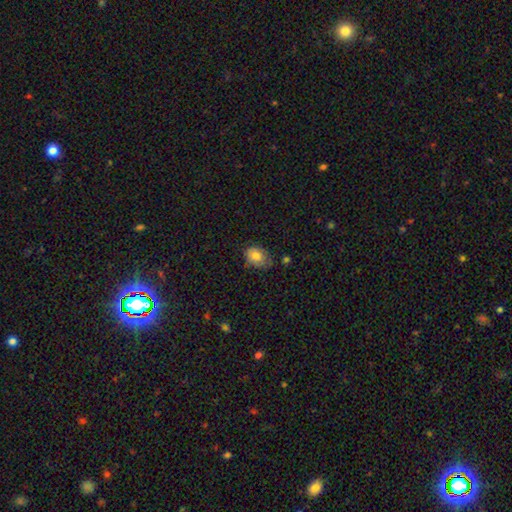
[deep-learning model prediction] A smooth galaxy with no disk features (78%) that is in between round and cigar-shaped (71%).

Vote fractions:
- Smooth or featured? smooth: 78% / featured or disk: 14% / star or artifact: 8%
- How rounded? in between: 71% / round: 28% / cigar-shaped: 1%
- Merging? none: 63% / minor disturbance: 29% / major disturbance: 6% / merger: 2%